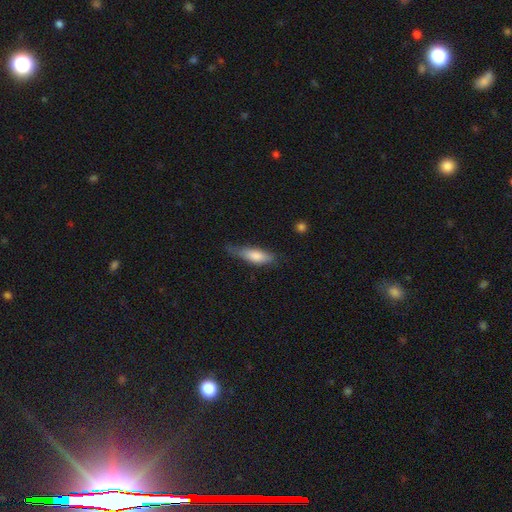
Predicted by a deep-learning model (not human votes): This is likely a smooth galaxy (73%). How rounded: possibly cigar-shaped (52%). Merging: possibly none (57%).